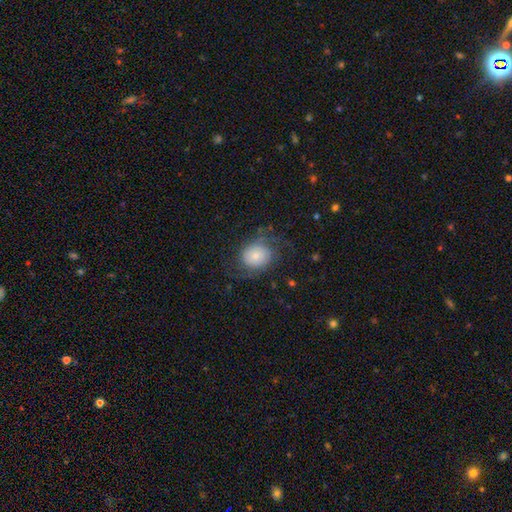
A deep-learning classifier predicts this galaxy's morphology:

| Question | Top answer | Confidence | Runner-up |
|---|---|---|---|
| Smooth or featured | smooth | 57% | featured or disk (34%) |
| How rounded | round | 63% | in between (36%) |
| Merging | none | 59% | minor disturbance (20%) |